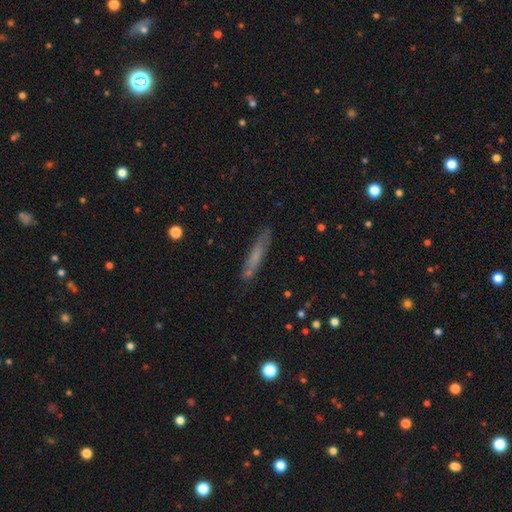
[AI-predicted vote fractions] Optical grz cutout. It shows a smooth galaxy with no disk features (62%) that is cigar-shaped (91%). Merging: none (78%).